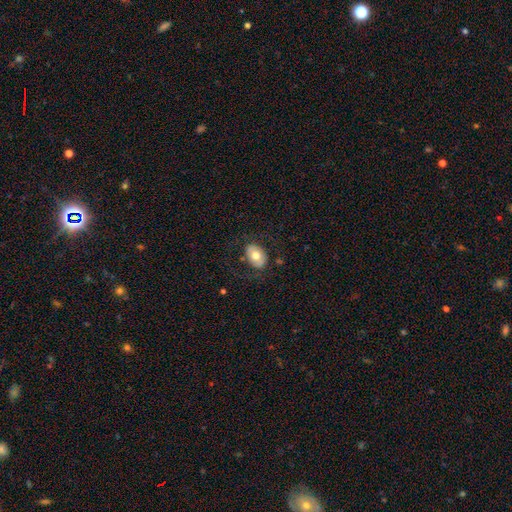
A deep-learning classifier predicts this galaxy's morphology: Smooth or featured?
  - smooth: 65% *
  - featured or disk: 28%
  - star or artifact: 7%
How rounded?
  - in between: 80% *
  - round: 19%
  - cigar-shaped: 1%
Merging?
  - none: 74% *
  - minor disturbance: 14%
  - major disturbance: 10%
  - merger: 1%